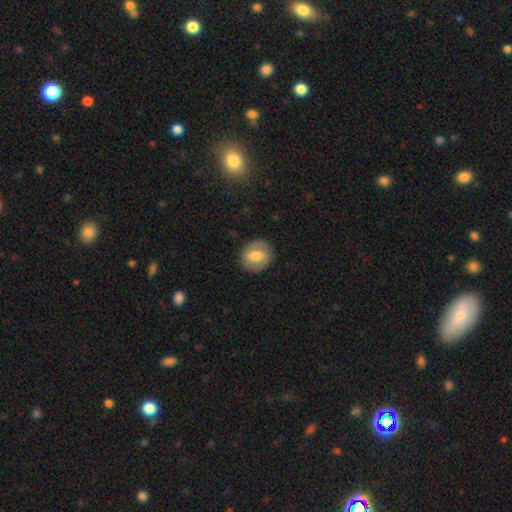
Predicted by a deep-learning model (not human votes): Overall: smooth (58%; featured or disk 35%). How rounded: round (73%). Merging: none (86%).